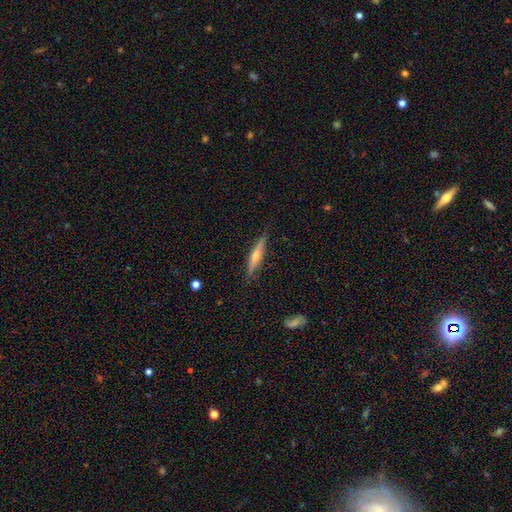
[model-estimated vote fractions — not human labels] Q: Smooth or featured?
A: featured or disk (58%); runner-up: smooth (36%)
Q: Edge-on disk?
A: yes (95%); runner-up: no (5%)
Q: Edge-on bulge?
A: rounded (83%); runner-up: none (12%)
Q: Merging?
A: none (85%); runner-up: minor disturbance (12%)